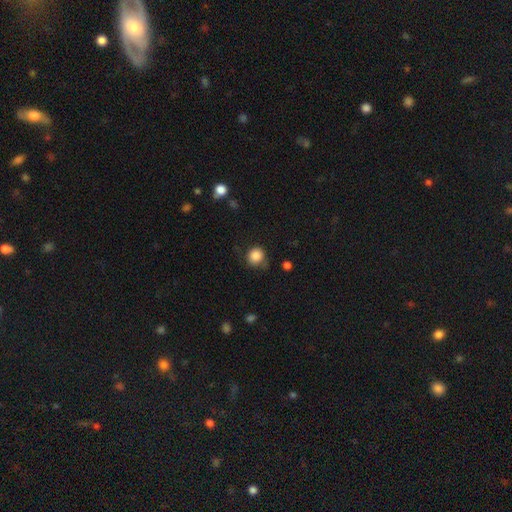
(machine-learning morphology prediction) Smooth or featured? Predicted: smooth (p=0.86). How rounded? Predicted: round (p=0.89). Merging? Predicted: none (p=0.71).